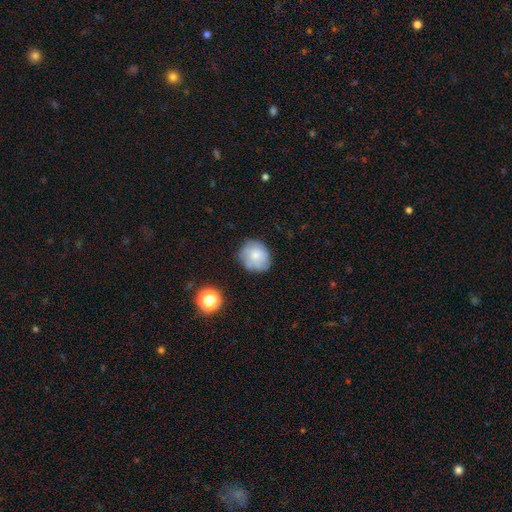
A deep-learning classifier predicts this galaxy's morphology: type=smooth (68%); roundness=round (65%); merging=none (70%).